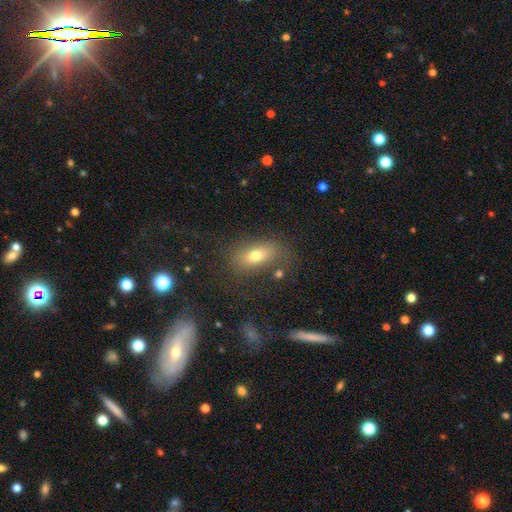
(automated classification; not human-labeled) This appears to be a smooth galaxy with no disk features (71%) that is in between round and cigar-shaped (79%). Merging: none (66%).